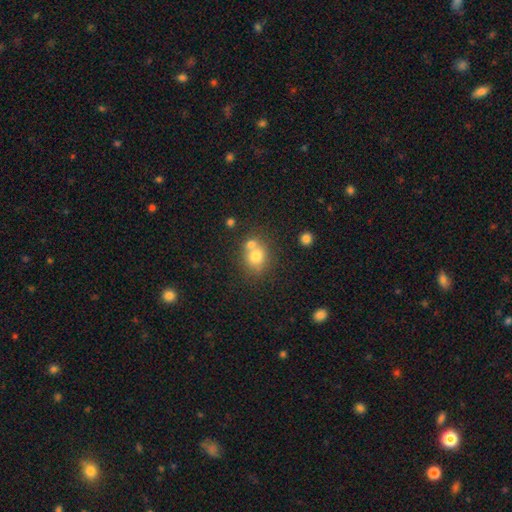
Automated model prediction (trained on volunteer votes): Smooth or featured? smooth (74%)
How rounded? round (68%)
Merging? none (47%)